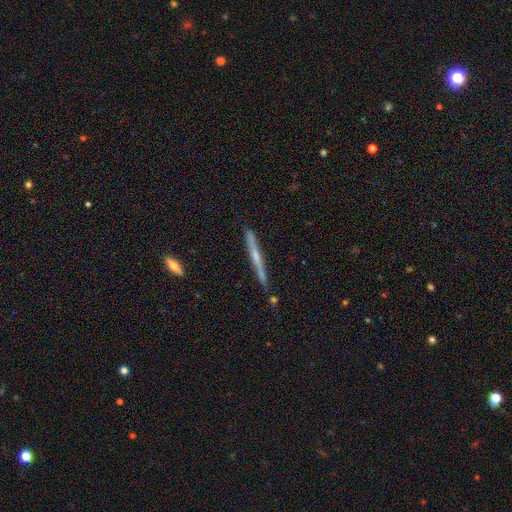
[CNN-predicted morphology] This appears to be a featured or disk galaxy (63%) viewed edge-on (97%) with a rounded central bulge (54%). Merging: none (85%).